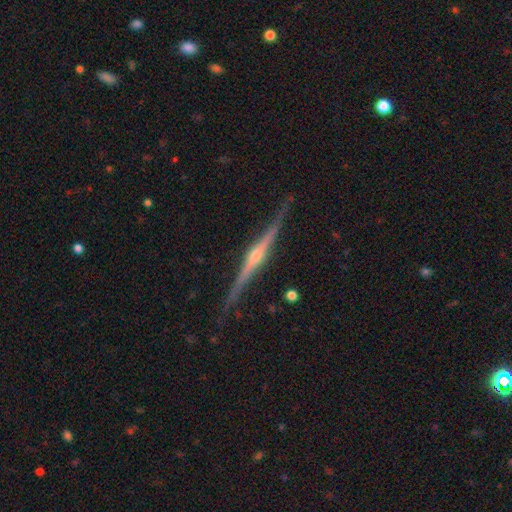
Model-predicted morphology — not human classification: This appears to be a featured or disk galaxy (86%) viewed edge-on (98%) with a rounded central bulge (86%). Merging: none (88%).